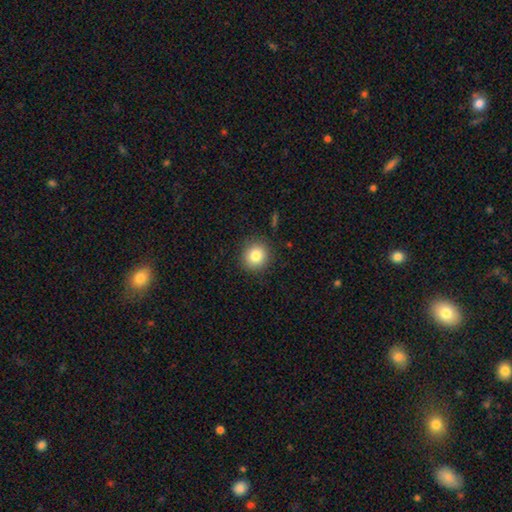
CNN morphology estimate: type=smooth (83%); roundness=round (88%); merging=none (88%).